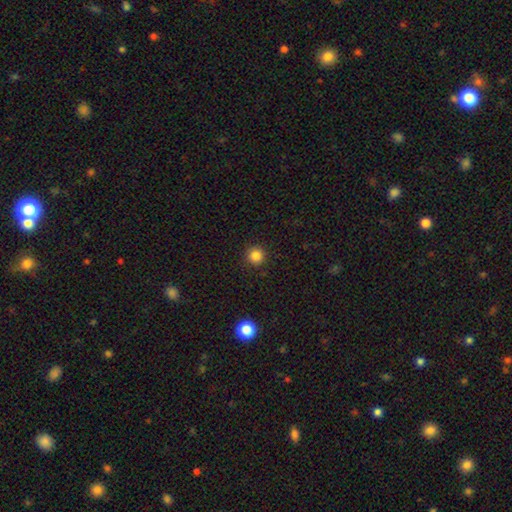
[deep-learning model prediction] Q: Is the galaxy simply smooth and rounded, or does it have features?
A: smooth — 84%.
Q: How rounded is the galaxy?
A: round — 95%.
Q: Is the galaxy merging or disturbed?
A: none — 92%.